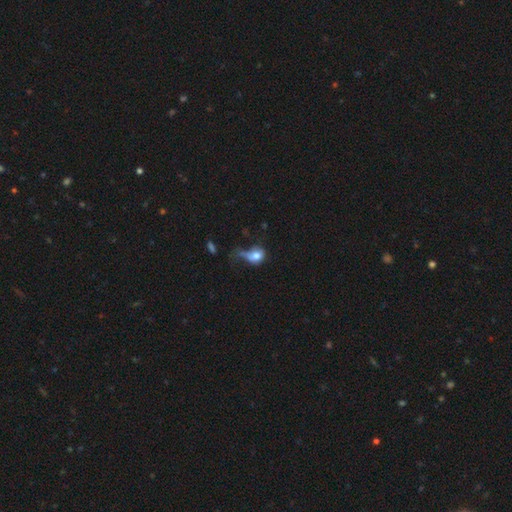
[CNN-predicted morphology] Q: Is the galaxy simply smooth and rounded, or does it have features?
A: smooth — 72%.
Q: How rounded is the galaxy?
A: in between — 49%, tied with round.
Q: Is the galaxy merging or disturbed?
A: major disturbance — 45%.